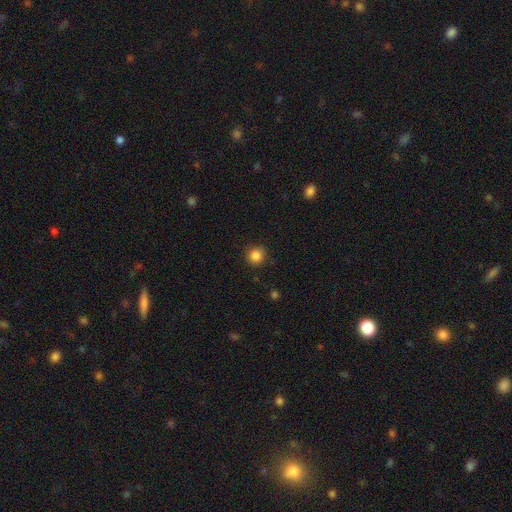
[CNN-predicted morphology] Smooth or featured: smooth — 85% (star or artifact — 11%)
How rounded: round — 92% (in between — 7%)
Merging: none — 89% (minor disturbance — 8%)